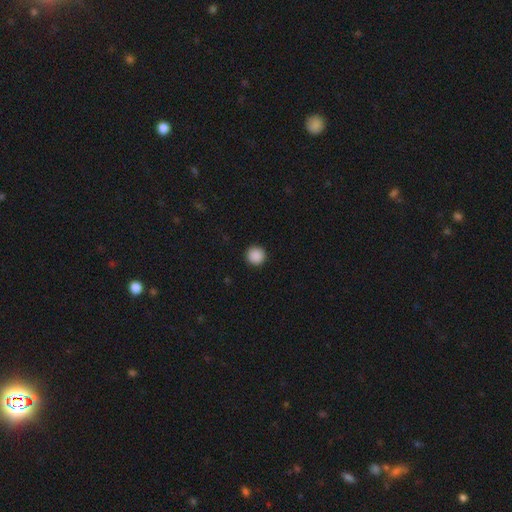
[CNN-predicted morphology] smooth-or-featured: smooth: 89% | star or artifact: 9% | featured or disk: 2%
  how-rounded: round: 96% | in between: 3% | cigar-shaped: 1%
  merging: none: 94% | minor disturbance: 4% | major disturbance: 1% | merger: 1%